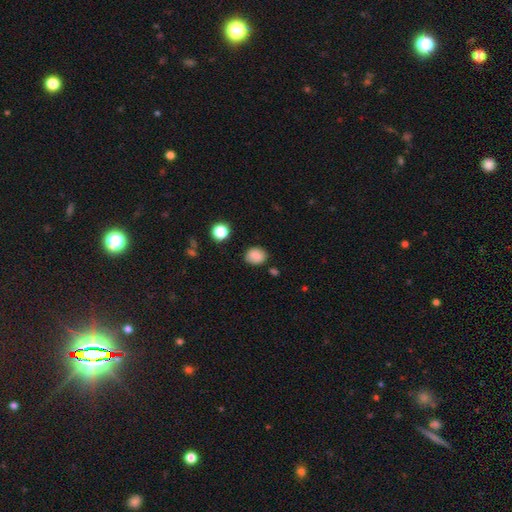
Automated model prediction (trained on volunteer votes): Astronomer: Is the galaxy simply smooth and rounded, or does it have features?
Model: smooth — 85%.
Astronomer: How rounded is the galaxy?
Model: in between — 51% (runner-up: round, 48%).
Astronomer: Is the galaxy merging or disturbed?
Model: none — 80%.